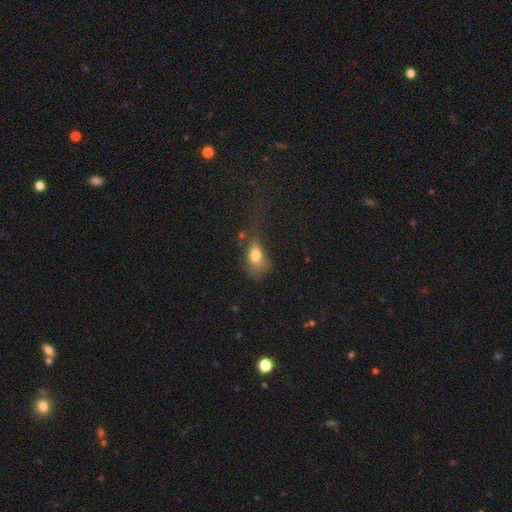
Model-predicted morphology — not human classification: This appears to be a smooth galaxy with no disk features (76%) that is in between round and cigar-shaped (77%). Merging: major disturbance (38%).